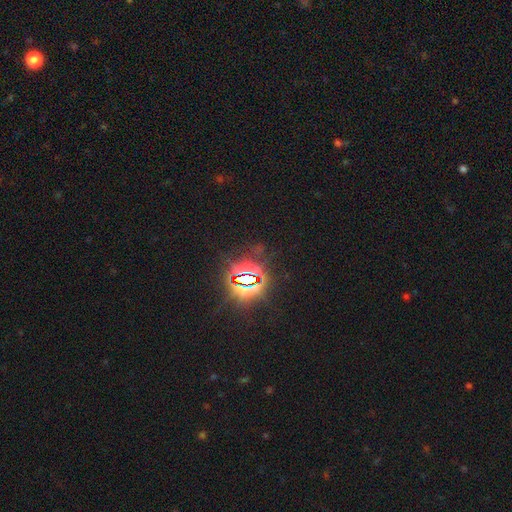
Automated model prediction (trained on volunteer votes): A star or artifact, not a galaxy (84%).

Vote fractions:
- Smooth or featured? star or artifact: 84% / smooth: 10% / featured or disk: 7%